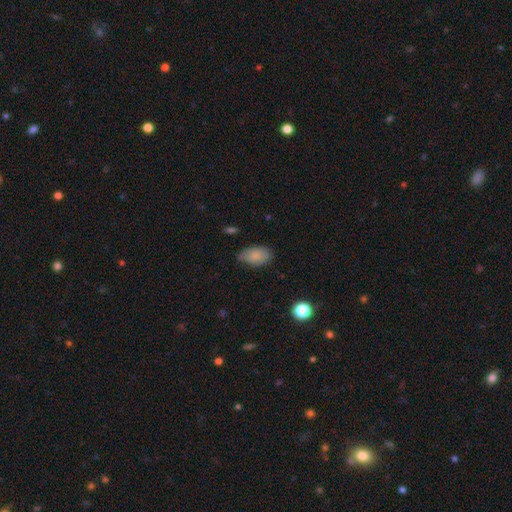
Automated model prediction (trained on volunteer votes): Smooth or featured? Predicted: smooth (p=0.83). How rounded? Predicted: in between (p=0.92). Merging? Predicted: none (p=0.69).